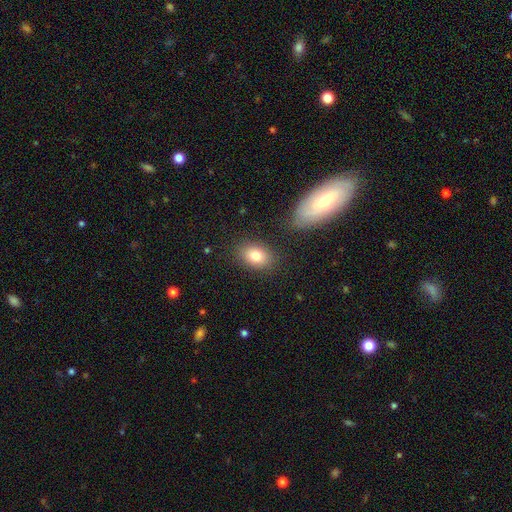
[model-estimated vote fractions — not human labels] The model was most divided on "how rounded": in between: 75%, round: 24%, cigar-shaped: 1%. More confident: merging — none (84%); smooth or featured — smooth (80%).